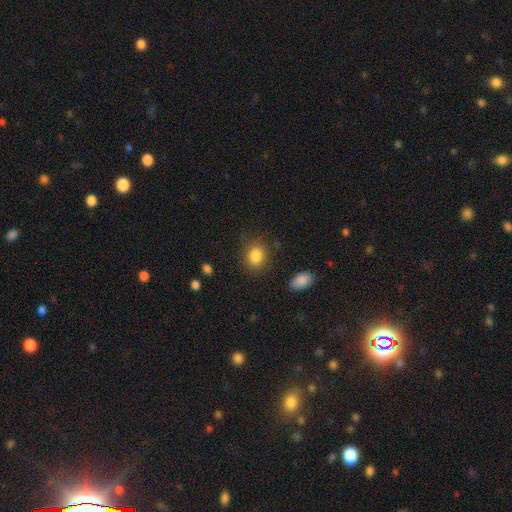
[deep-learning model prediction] Smooth or featured? Predicted: smooth (p=0.85). How rounded? Predicted: round (p=0.60). Merging? Predicted: none (p=0.82).